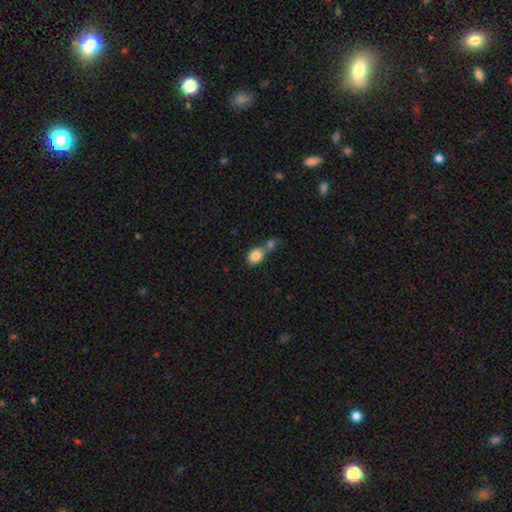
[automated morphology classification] Smooth or featured: smooth — 85% (star or artifact — 8%)
How rounded: in between — 61% (round — 37%)
Merging: merger — 49% (none — 38%)